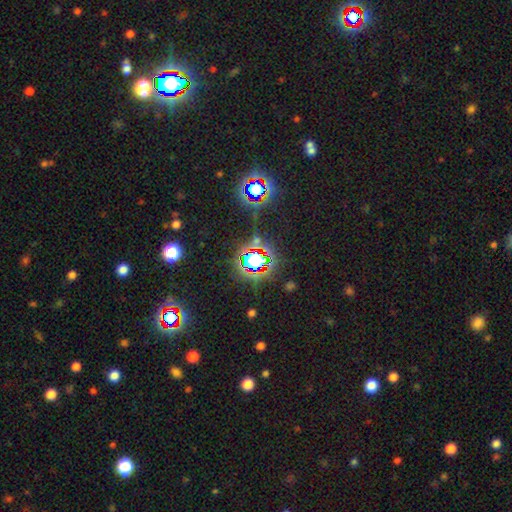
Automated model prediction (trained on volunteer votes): The model was most divided on "smooth or featured": star or artifact: 79%, smooth: 13%, featured or disk: 8%.